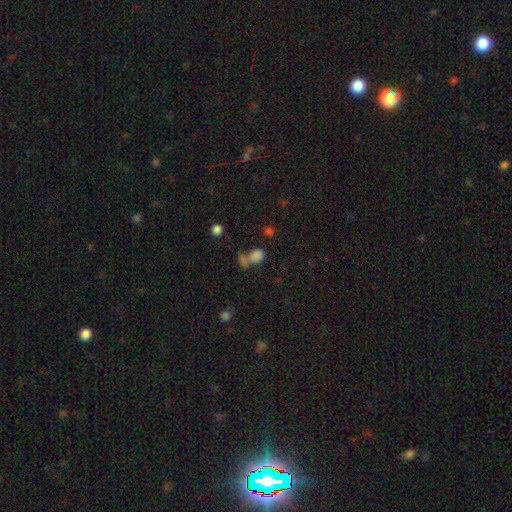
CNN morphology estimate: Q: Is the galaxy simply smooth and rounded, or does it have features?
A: smooth — 76%.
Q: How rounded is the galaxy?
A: in between — 50%.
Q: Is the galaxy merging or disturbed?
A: merger — 42%.